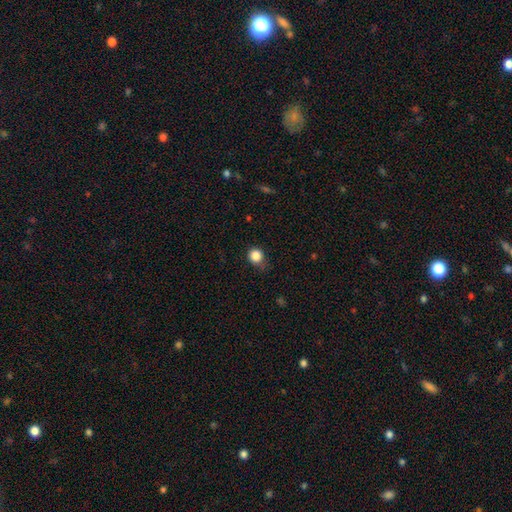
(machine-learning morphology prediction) type=smooth (85%); roundness=round (89%); merging=none (74%).